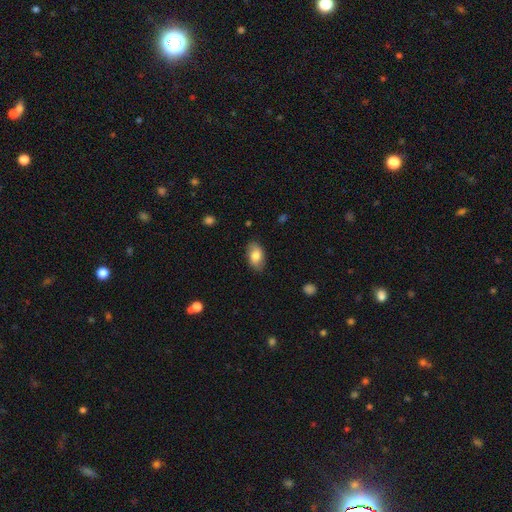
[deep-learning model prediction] This is likely a smooth galaxy (79%). How rounded: clearly in between (92%). Merging: clearly none (84%).